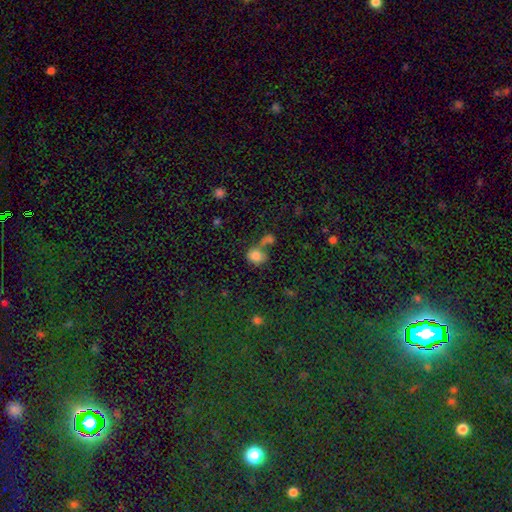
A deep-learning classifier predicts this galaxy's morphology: A smooth galaxy with no disk features (79%) that is round (56%).

Vote fractions:
- Smooth or featured? smooth: 79% / star or artifact: 12% / featured or disk: 8%
- How rounded? round: 56% / in between: 42% / cigar-shaped: 2%
- Merging? merger: 43% / none: 34% / minor disturbance: 13% / major disturbance: 10%